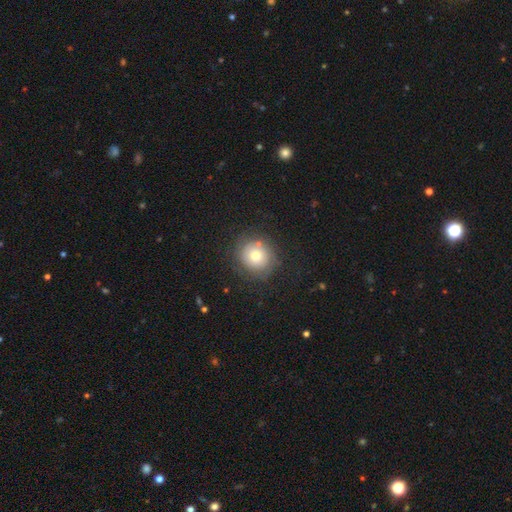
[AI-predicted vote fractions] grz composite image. It shows a smooth galaxy with no disk features (62%) that is round (89%). Merging: none (77%).